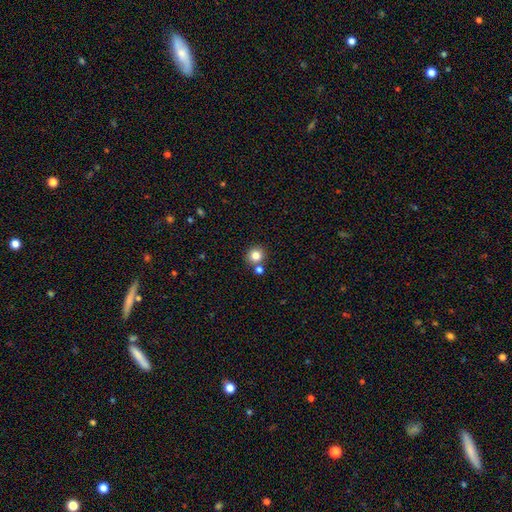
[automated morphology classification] type=smooth (82%); roundness=round (92%); merging=none (74%).